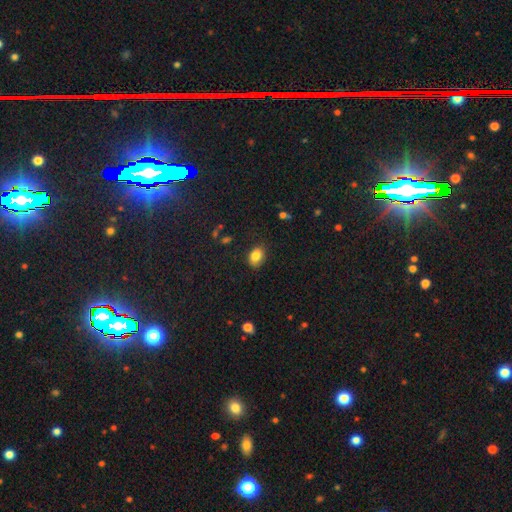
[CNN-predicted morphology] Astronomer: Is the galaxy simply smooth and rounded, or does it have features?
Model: smooth — 83%.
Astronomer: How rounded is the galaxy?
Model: in between — 74%.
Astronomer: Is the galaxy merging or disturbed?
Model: none — 78%.